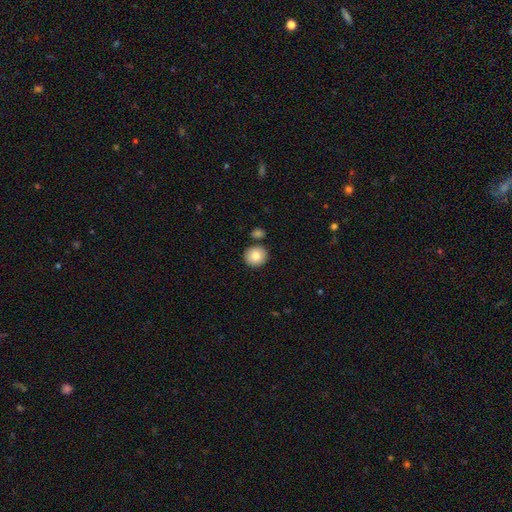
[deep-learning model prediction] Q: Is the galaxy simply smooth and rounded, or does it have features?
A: smooth — 85%.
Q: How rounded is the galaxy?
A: round — 89%.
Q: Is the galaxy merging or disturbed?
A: none — 82%.